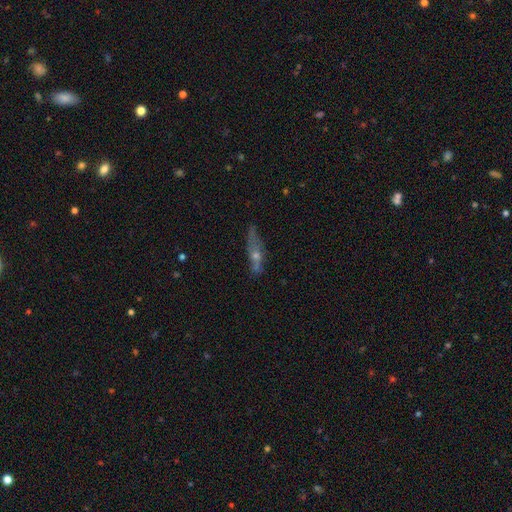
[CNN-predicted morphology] A featured or disk galaxy (53%) viewed edge-on (60%).

Vote fractions:
- Smooth or featured? featured or disk: 53% / smooth: 34% / star or artifact: 13%
- Edge-on disk? yes: 60% / no: 40%
- Merging? none: 57% / minor disturbance: 23% / major disturbance: 12% / merger: 8%